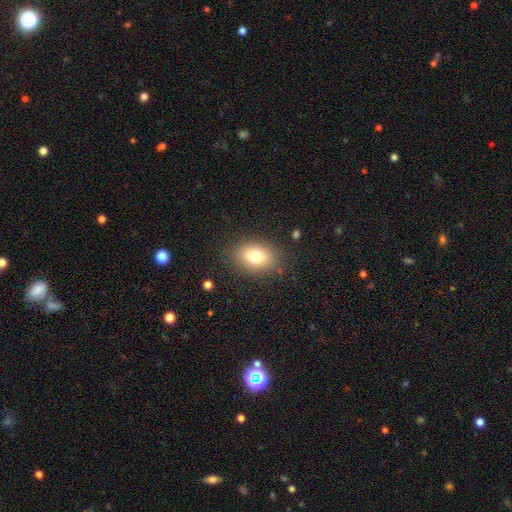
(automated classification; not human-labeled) Overall: smooth (77%). How rounded: in between (80%). Merging: none (88%).